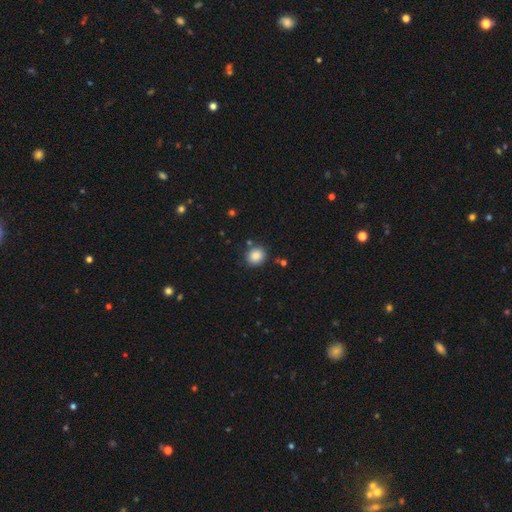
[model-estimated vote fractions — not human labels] smooth-or-featured: smooth: 87% | star or artifact: 9% | featured or disk: 4%
  how-rounded: round: 81% | in between: 18% | cigar-shaped: 1%
  merging: none: 82% | minor disturbance: 11% | merger: 4% | major disturbance: 3%